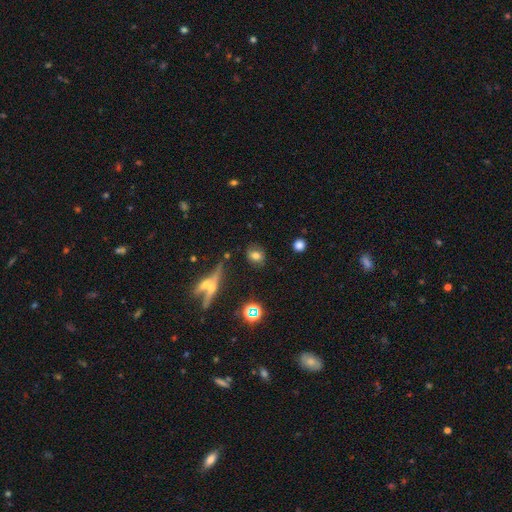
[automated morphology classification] smooth_or_featured: smooth (p=0.72) [alt: featured or disk p=0.15]
how_rounded: round (p=0.50) [alt: in between p=0.47]
merging: none (p=0.79) [alt: minor disturbance p=0.12]